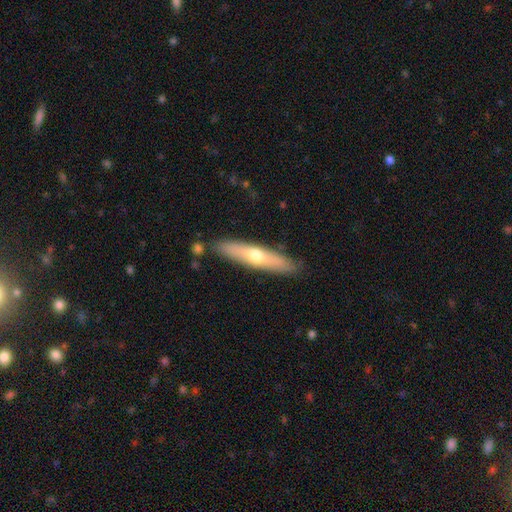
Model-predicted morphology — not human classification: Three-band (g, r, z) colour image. It shows a featured or disk galaxy (47%). Merging: none (85%).